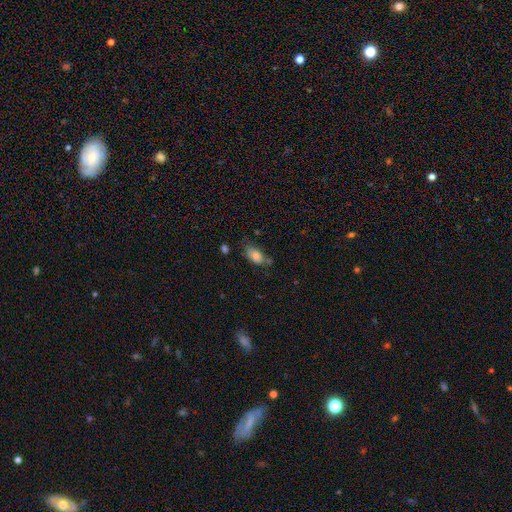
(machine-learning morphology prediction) type=smooth (82%); roundness=in between (91%); merging=none (58%).